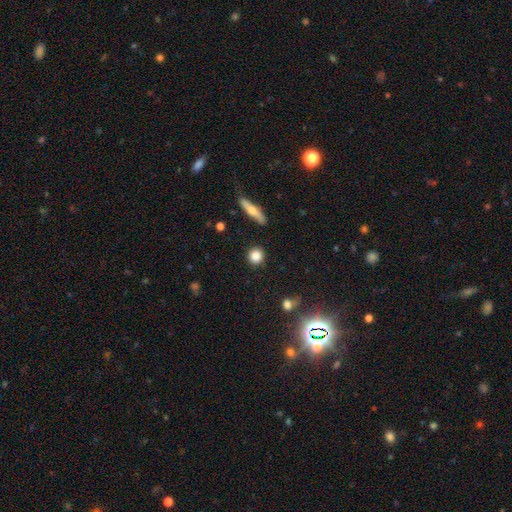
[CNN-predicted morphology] A smooth galaxy with no disk features (84%) that is round (87%). Merging: none (89%).